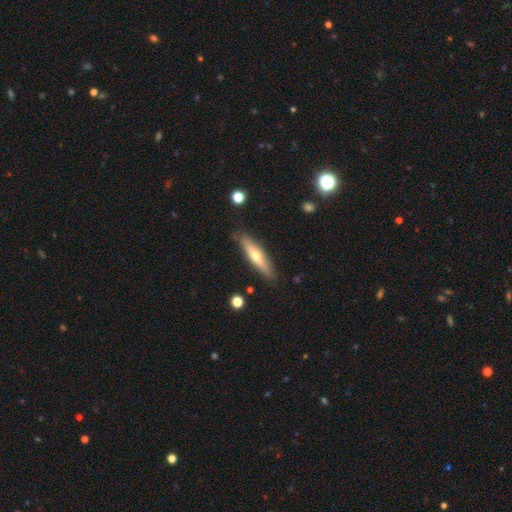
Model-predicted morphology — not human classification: Overall: featured or disk (51%; smooth 43%). Edge-on disk: yes (89%). Merging: none (85%).